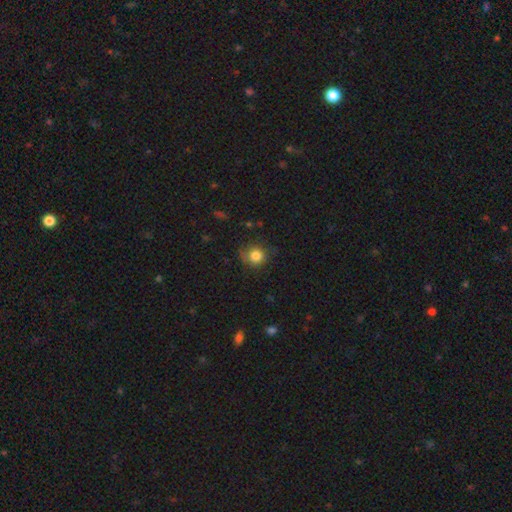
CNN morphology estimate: smooth-or-featured: smooth: 82% | star or artifact: 11% | featured or disk: 7%
  how-rounded: round: 89% | in between: 10% | cigar-shaped: 1%
  merging: none: 73% | minor disturbance: 20% | major disturbance: 6% | merger: 2%